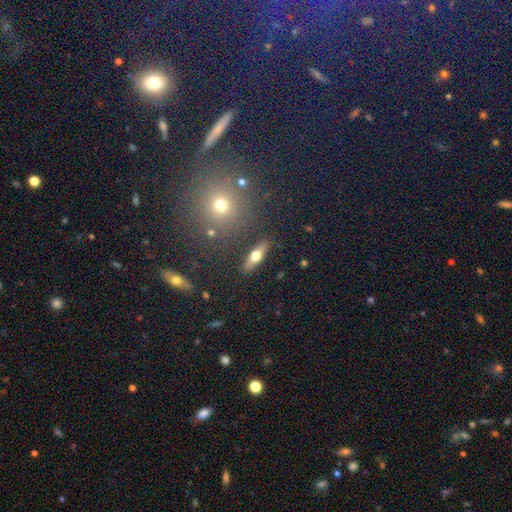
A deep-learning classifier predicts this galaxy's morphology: smooth-or-featured: featured or disk: 48% | smooth: 44% | star or artifact: 8%
  merging: none: 87% | minor disturbance: 8% | merger: 2% | major disturbance: 2%